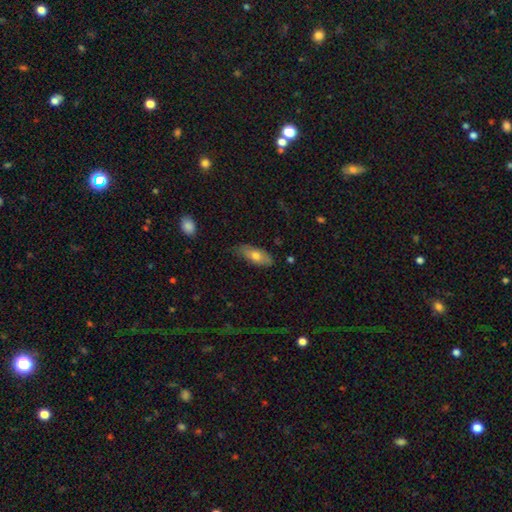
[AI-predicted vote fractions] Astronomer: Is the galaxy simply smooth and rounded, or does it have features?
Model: smooth — 69%.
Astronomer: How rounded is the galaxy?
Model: in between — 77%.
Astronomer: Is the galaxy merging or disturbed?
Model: none — 74%.